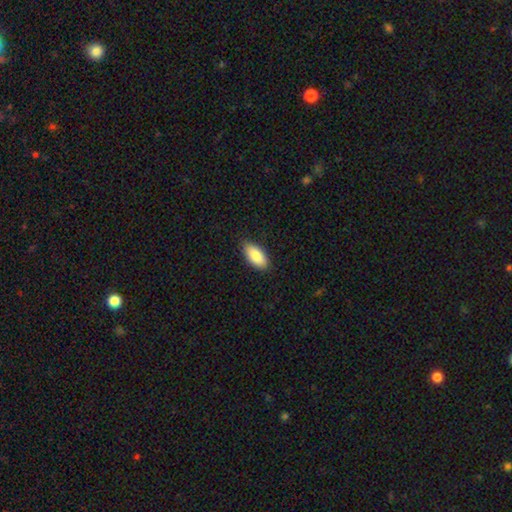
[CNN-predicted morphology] Q: Smooth or featured?
A: smooth (86%); runner-up: featured or disk (7%)
Q: How rounded?
A: in between (91%); runner-up: cigar-shaped (7%)
Q: Merging?
A: none (86%); runner-up: minor disturbance (11%)